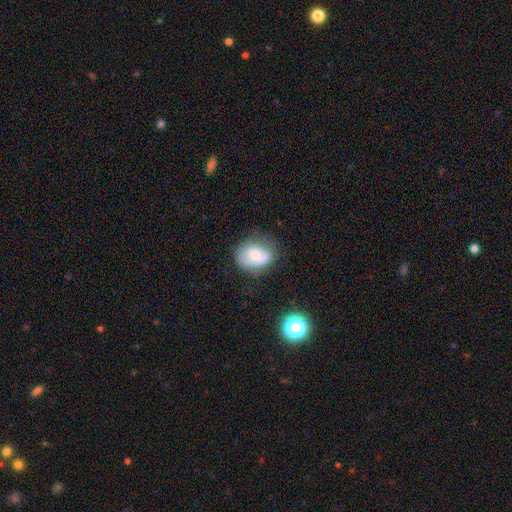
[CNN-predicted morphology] smooth_or_featured: smooth (p=0.67) [alt: featured or disk p=0.24]
how_rounded: in between (p=0.65) [alt: round p=0.34]
merging: none (p=0.54) [alt: minor disturbance p=0.30]